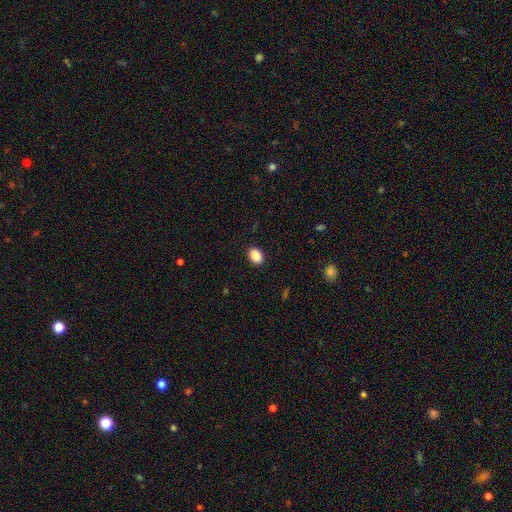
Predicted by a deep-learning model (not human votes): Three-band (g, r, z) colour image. It shows a smooth galaxy with no disk features (89%) that is in between round and cigar-shaped (74%). Merging: none (90%).